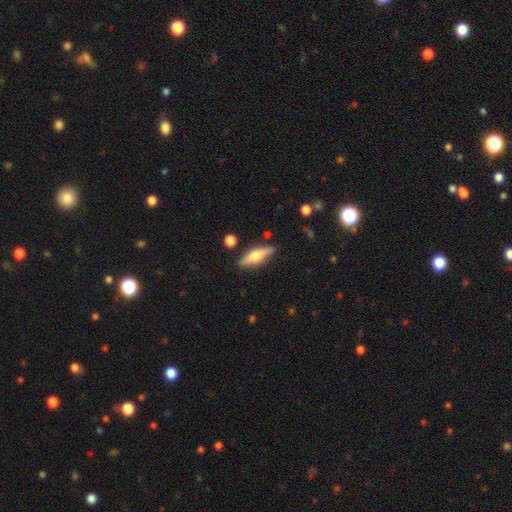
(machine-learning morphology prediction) smooth-or-featured: smooth: 49% | featured or disk: 45% | star or artifact: 6%
  merging: none: 83% | minor disturbance: 12% | merger: 3% | major disturbance: 3%